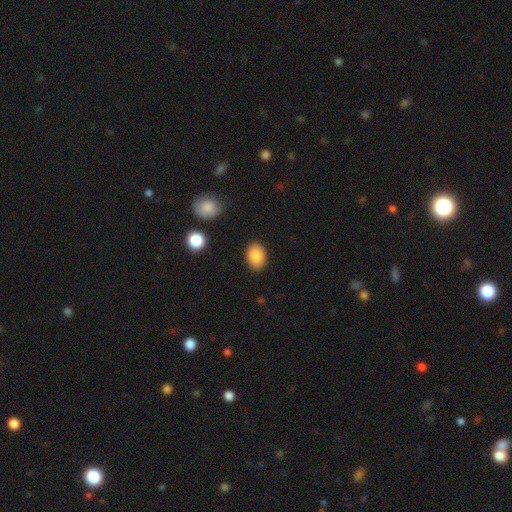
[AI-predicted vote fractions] smooth_or_featured: smooth (p=0.85) [alt: star or artifact p=0.08]
how_rounded: in between (p=0.81) [alt: round p=0.17]
merging: none (p=0.87) [alt: minor disturbance p=0.09]